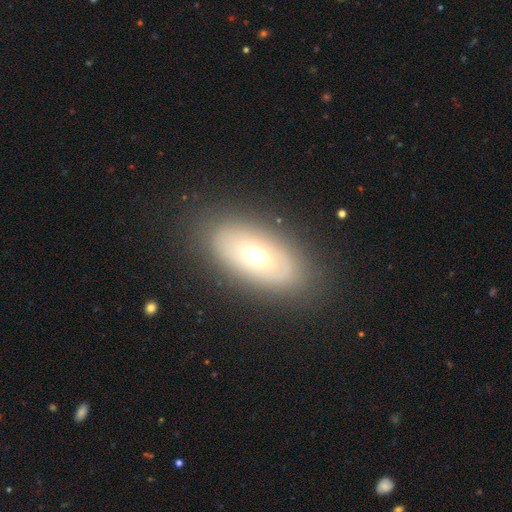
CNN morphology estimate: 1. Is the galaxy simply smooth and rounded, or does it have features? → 49% smooth, 43% featured or disk, 8% star or artifact.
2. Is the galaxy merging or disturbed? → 85% none, 10% minor disturbance, 4% major disturbance, 1% merger.